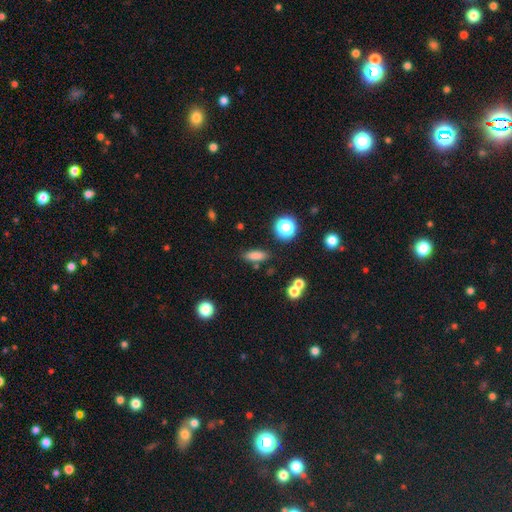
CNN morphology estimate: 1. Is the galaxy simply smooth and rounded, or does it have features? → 79% smooth, 12% star or artifact, 8% featured or disk.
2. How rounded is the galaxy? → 57% in between, 36% cigar-shaped, 7% round.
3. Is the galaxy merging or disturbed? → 80% none, 11% minor disturbance, 6% merger, 4% major disturbance.